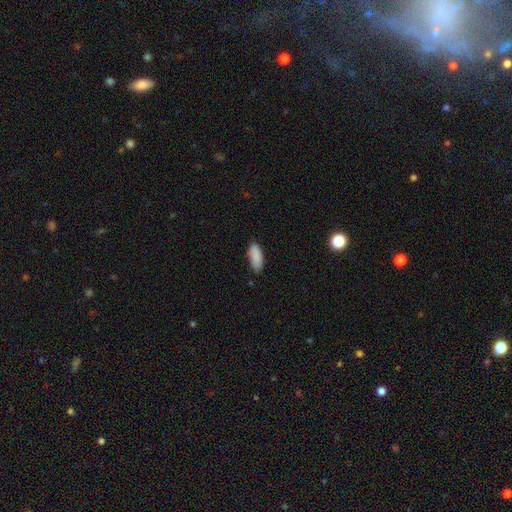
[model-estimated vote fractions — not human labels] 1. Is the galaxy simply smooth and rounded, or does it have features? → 89% smooth, 6% star or artifact, 4% featured or disk.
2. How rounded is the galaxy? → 85% in between, 13% cigar-shaped, 2% round.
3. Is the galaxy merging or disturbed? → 81% none, 15% minor disturbance, 2% major disturbance, 1% merger.